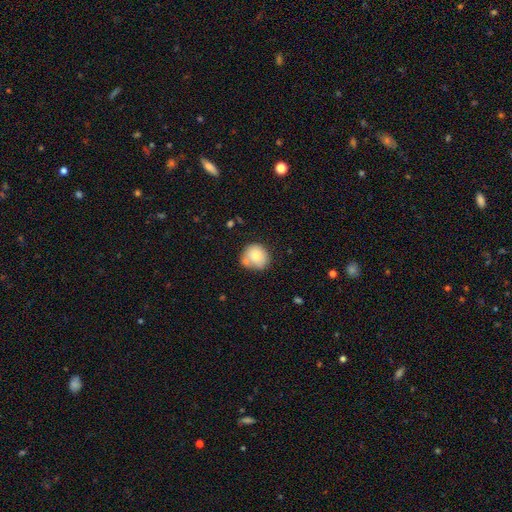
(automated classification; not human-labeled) smooth-or-featured: smooth: 77% | featured or disk: 15% | star or artifact: 8%
  how-rounded: round: 84% | in between: 15% | cigar-shaped: 1%
  merging: none: 57% | merger: 21% | minor disturbance: 17% | major disturbance: 5%